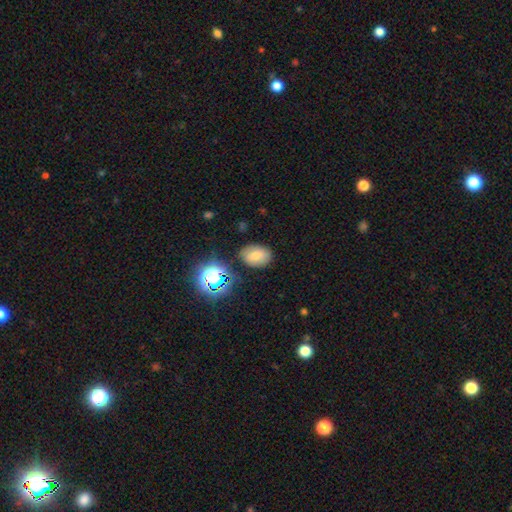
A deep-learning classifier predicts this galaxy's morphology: A smooth galaxy with no disk features (72%) that is in between round and cigar-shaped (74%). Merging: none (80%).